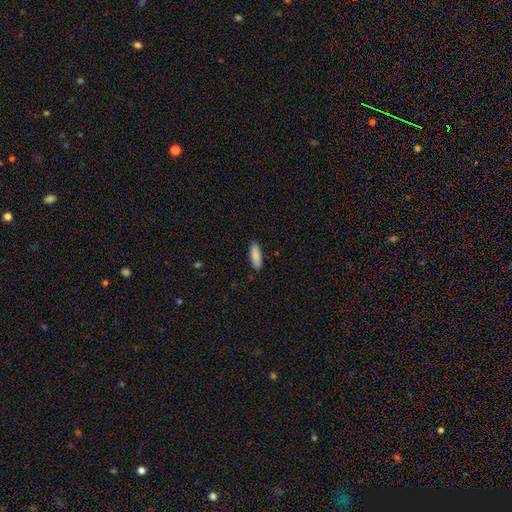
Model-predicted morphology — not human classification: Smooth or featured? smooth (89%)
How rounded? in between (52%)
Merging? none (89%)